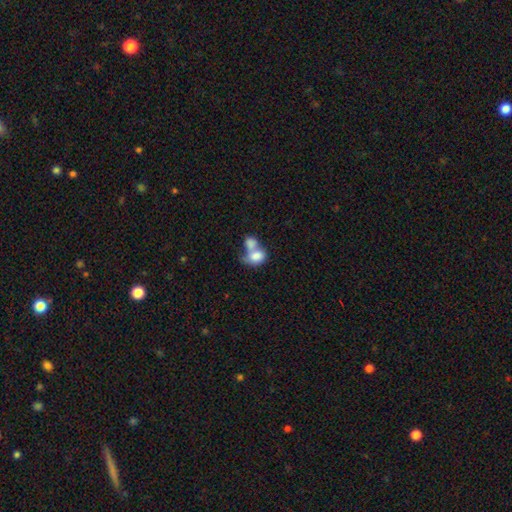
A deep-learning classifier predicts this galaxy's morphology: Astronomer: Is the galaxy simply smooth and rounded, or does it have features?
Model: smooth — 77%.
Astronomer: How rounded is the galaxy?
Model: in between — 70%.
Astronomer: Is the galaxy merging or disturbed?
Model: merger — 72%.